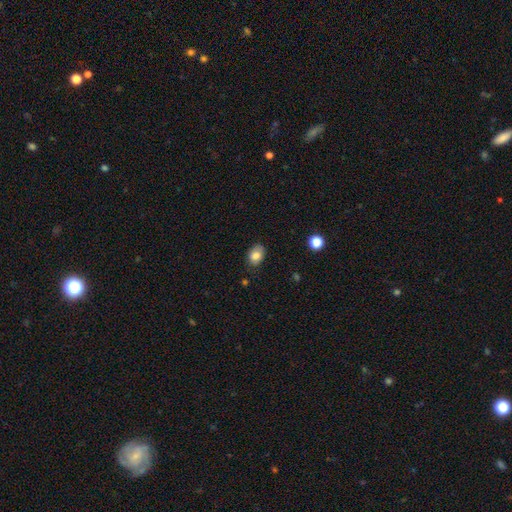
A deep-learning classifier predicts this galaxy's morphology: The model was most divided on "merging": none: 75%, minor disturbance: 20%, major disturbance: 4%, merger: 1%. More confident: smooth or featured — smooth (81%); how rounded — in between (77%).